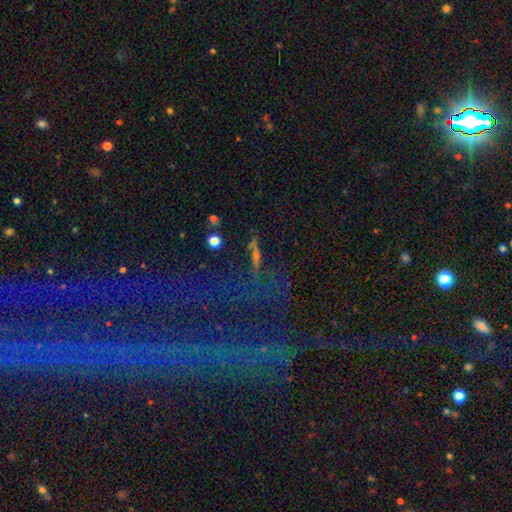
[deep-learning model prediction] Smooth or featured: featured or disk — 40% (star or artifact — 30%)
Merging: none — 68% (minor disturbance — 15%)